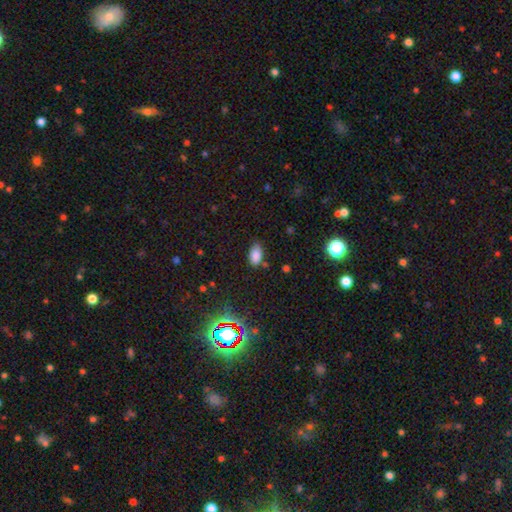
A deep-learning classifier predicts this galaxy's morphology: Overall: smooth (83%). How rounded: in between (93%). Merging: none (70%).